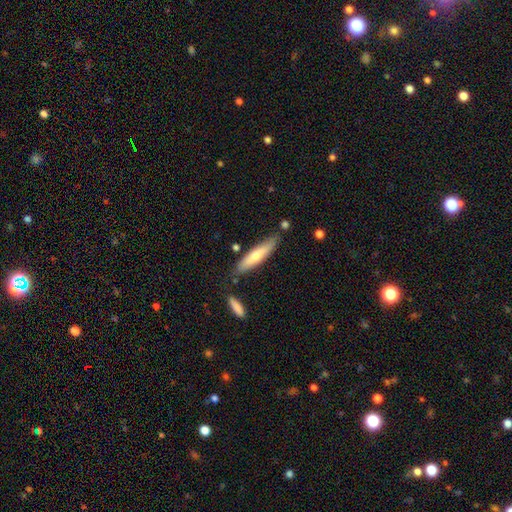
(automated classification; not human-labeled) Morphology: type=smooth (63%); roundness=cigar-shaped (78%); merging=none (75%).